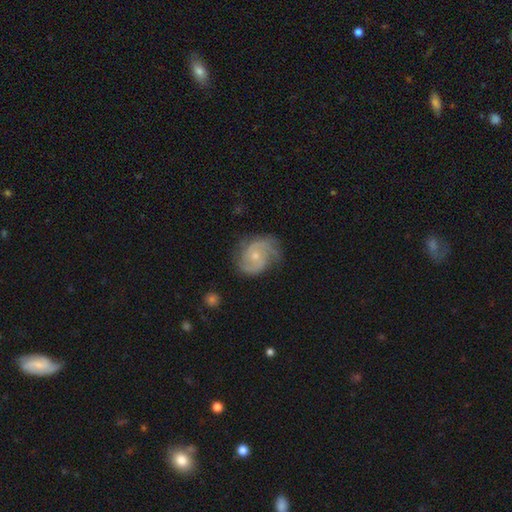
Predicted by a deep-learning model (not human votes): Smooth or featured?
  - featured or disk: 81% *
  - smooth: 13%
  - star or artifact: 6%
Edge-on disk?
  - no: 98% *
  - yes: 2%
Bar?
  - no: 70% *
  - weak: 26%
  - strong: 4%
Spiral arms?
  - yes: 95% *
  - no: 5%
Spiral winding?
  - medium: 46% *
  - tight: 36%
  - loose: 18%
Spiral arm count?
  - 2: 69% *
  - can't tell: 11%
  - 3: 10%
  - 1: 5%
  - 4: 2%
  - more than 4: 2%
Bulge size?
  - small: 56% *
  - moderate: 40%
  - none: 2%
  - large: 1%
  - dominant: 1%
Merging?
  - none: 65% *
  - minor disturbance: 24%
  - major disturbance: 10%
  - merger: 1%